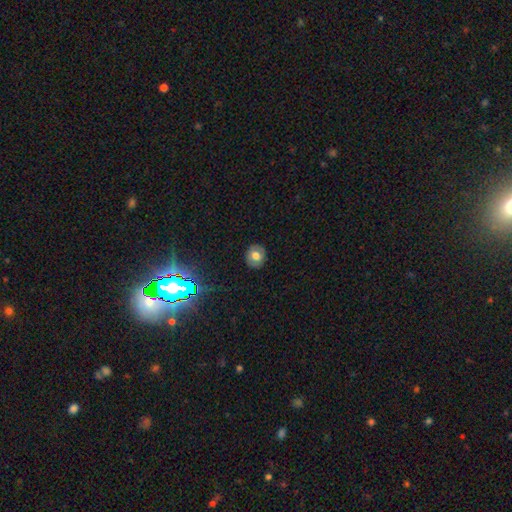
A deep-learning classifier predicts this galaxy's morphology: type=smooth (67%); roundness=round (78%); merging=none (88%).